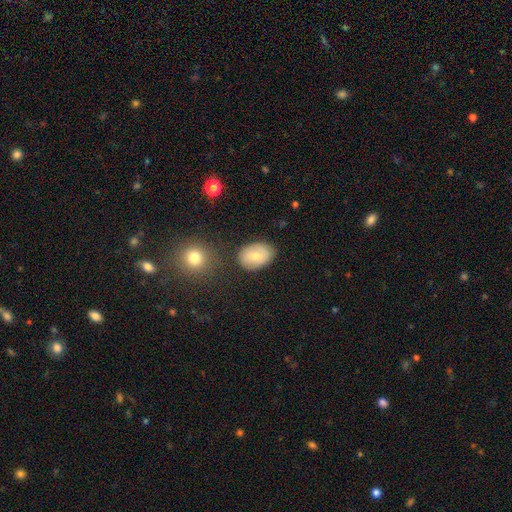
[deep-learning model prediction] A smooth galaxy with no disk features (68%) that is in between round and cigar-shaped (73%). Merging: none (76%).